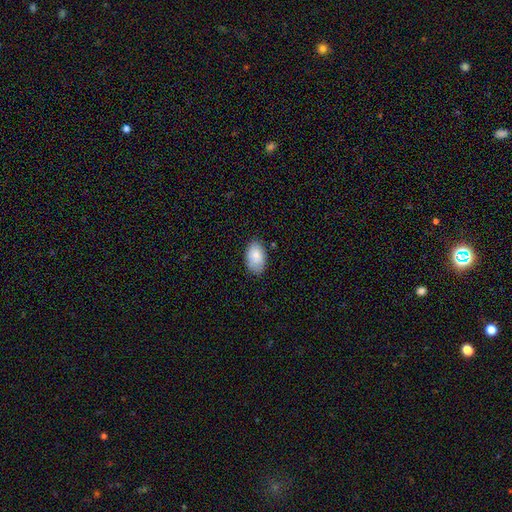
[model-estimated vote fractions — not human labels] This is clearly a smooth galaxy (84%). How rounded: clearly in between (93%). Merging: likely none (79%).